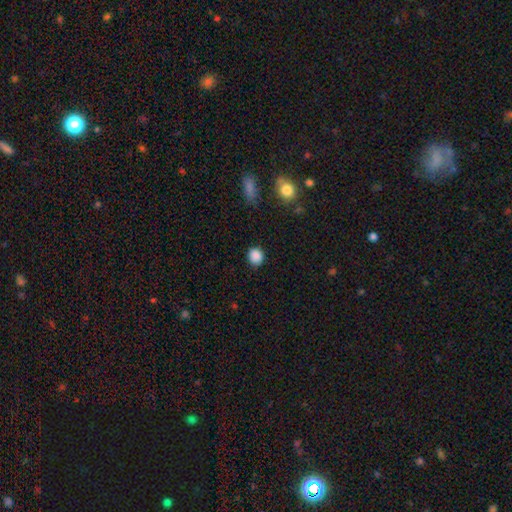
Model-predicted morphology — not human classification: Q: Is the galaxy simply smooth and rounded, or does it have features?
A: smooth — 87%.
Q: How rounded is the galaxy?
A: round — 81%.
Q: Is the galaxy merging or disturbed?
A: none — 85%.